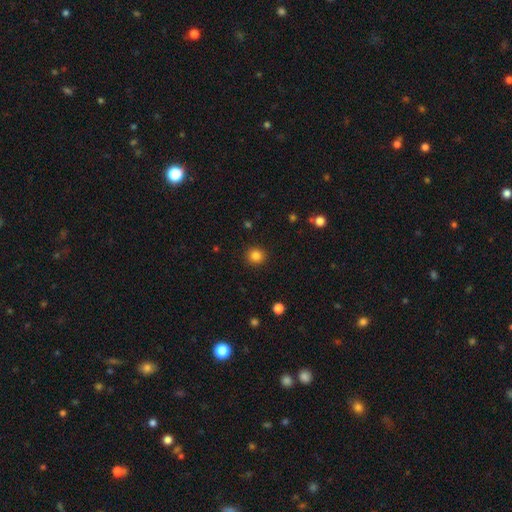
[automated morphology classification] Q: Smooth or featured?
A: smooth (84%); runner-up: star or artifact (12%)
Q: How rounded?
A: round (92%); runner-up: in between (7%)
Q: Merging?
A: none (92%); runner-up: minor disturbance (5%)